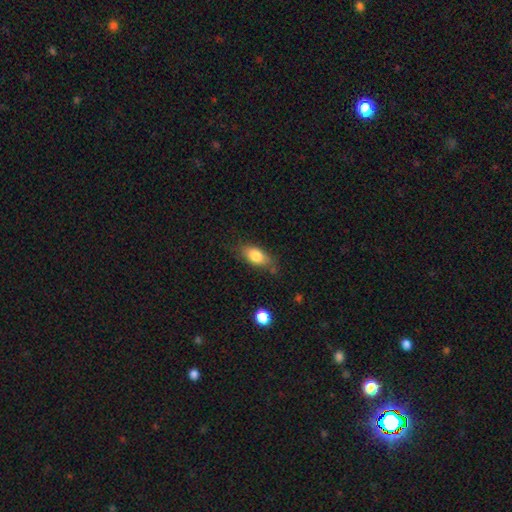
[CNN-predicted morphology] Overall: smooth (79%). How rounded: in between (83%). Merging: none (70%).